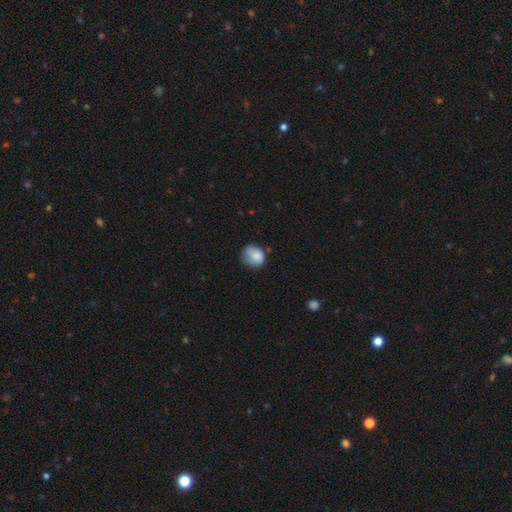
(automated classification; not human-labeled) Smooth or featured? Predicted: smooth (p=0.77). How rounded? Predicted: round (p=0.64). Merging? Predicted: none (p=0.52).